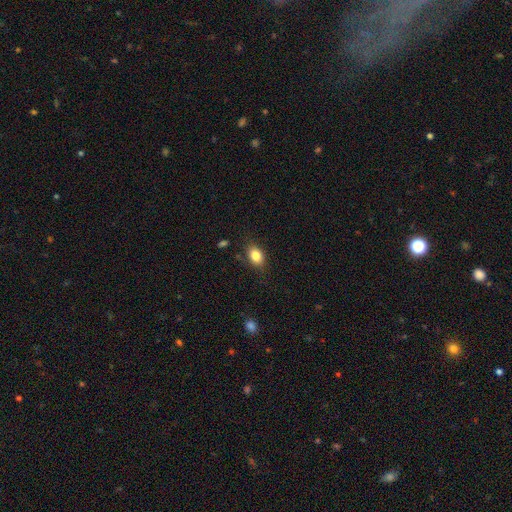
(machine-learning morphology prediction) This appears to be a smooth galaxy with no disk features (83%) that is in between round and cigar-shaped (74%). Merging: none (81%).